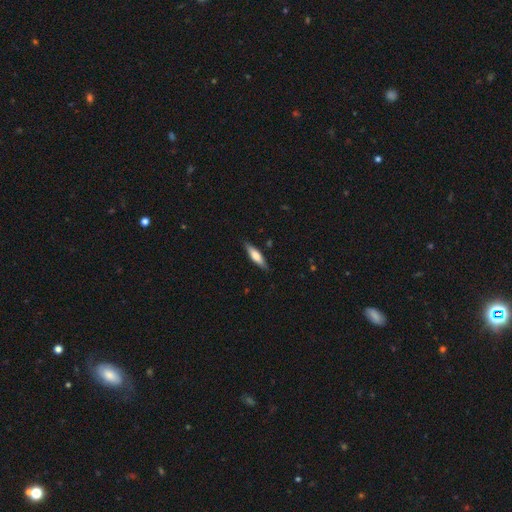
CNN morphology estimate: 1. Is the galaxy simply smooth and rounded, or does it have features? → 58% smooth, 37% featured or disk, 6% star or artifact.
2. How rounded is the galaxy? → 70% cigar-shaped, 28% in between, 2% round.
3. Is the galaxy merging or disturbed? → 86% none, 11% minor disturbance, 2% major disturbance, 1% merger.